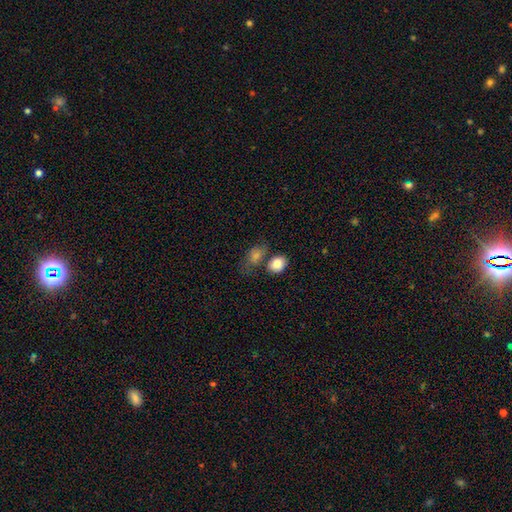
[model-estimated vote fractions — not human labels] This is likely a smooth galaxy (74%). How rounded: likely in between (66%). Merging: marginally none (45%).